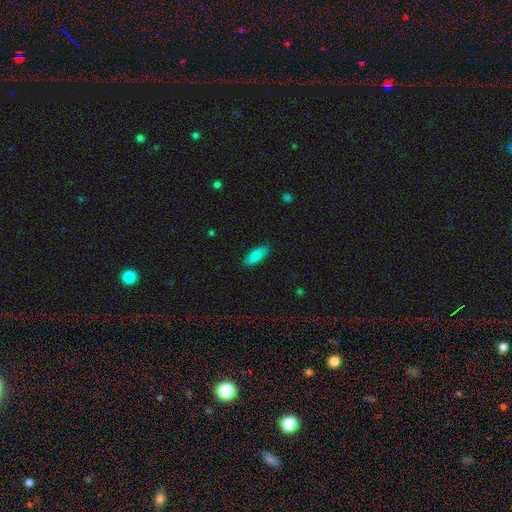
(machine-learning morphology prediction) Q: Smooth or featured?
A: smooth (87%); runner-up: featured or disk (7%)
Q: How rounded?
A: in between (73%); runner-up: cigar-shaped (25%)
Q: Merging?
A: none (86%); runner-up: minor disturbance (11%)